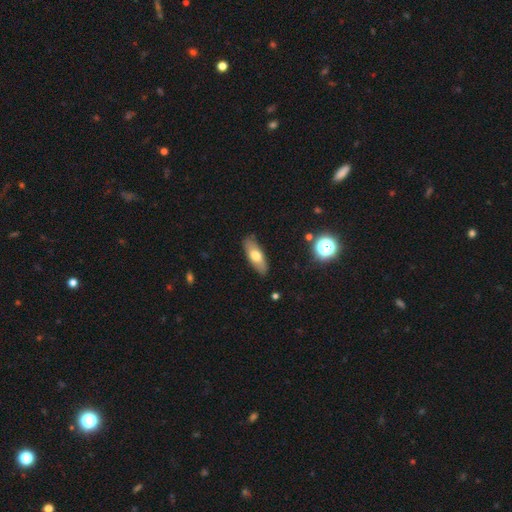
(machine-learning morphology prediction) Smooth or featured? Predicted: smooth (p=0.65). How rounded? Predicted: in between (p=0.66). Merging? Predicted: none (p=0.85).